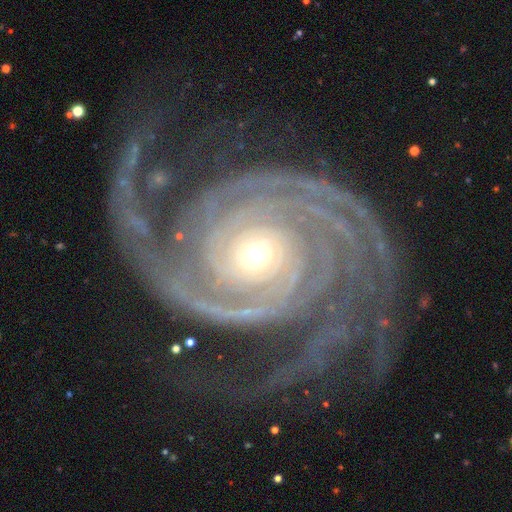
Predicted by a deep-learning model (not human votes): Smooth or featured?
  - featured or disk: 94% *
  - star or artifact: 4%
  - smooth: 2%
Edge-on disk?
  - no: 98% *
  - yes: 2%
Bar?
  - no: 68% *
  - weak: 18%
  - strong: 14%
Spiral arms?
  - yes: 99% *
  - no: 1%
Spiral winding?
  - tight: 64% *
  - medium: 27%
  - loose: 9%
Spiral arm count?
  - 2: 42% *
  - 3: 18%
  - 4: 11%
  - can't tell: 11%
  - more than 4: 9%
  - 1: 9%
Bulge size?
  - moderate: 48% *
  - small: 47%
  - large: 4%
  - dominant: 1%
  - none: 1%
Merging?
  - none: 62% *
  - major disturbance: 21%
  - minor disturbance: 15%
  - merger: 2%